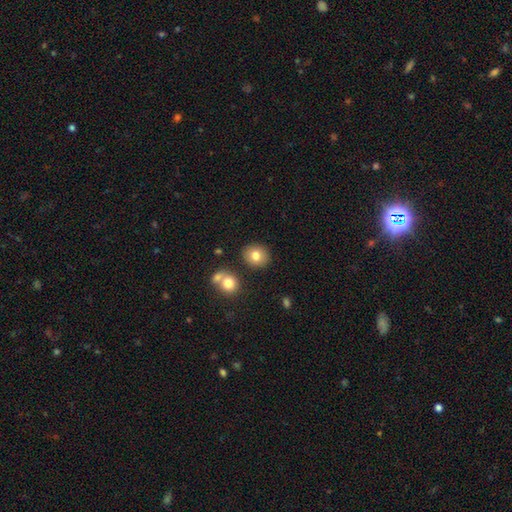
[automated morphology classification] Q: Smooth or featured?
A: smooth (79%); runner-up: featured or disk (11%)
Q: How rounded?
A: round (73%); runner-up: in between (26%)
Q: Merging?
A: none (82%); runner-up: minor disturbance (8%)